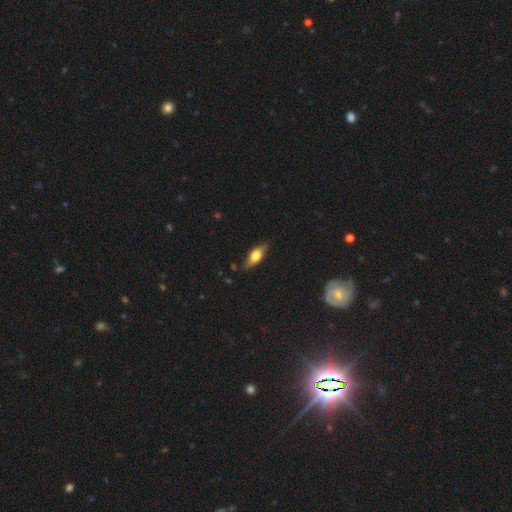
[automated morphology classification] Smooth or featured? Predicted: smooth (p=0.63). How rounded? Predicted: in between (p=0.72). Merging? Predicted: none (p=0.82).